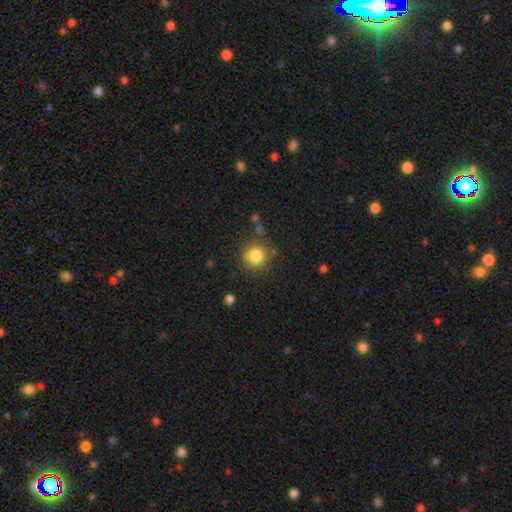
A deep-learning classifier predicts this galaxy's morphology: Smooth or featured? Predicted: smooth (p=0.83). How rounded? Predicted: round (p=0.90). Merging? Predicted: none (p=0.79).